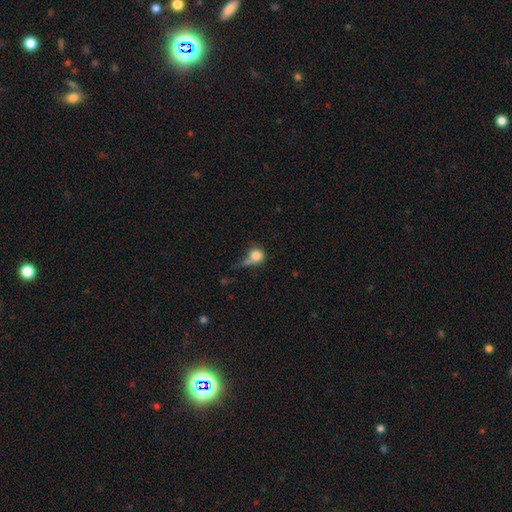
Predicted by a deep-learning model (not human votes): Smooth or featured? smooth (78%)
How rounded? round (72%)
Merging? major disturbance (31%)